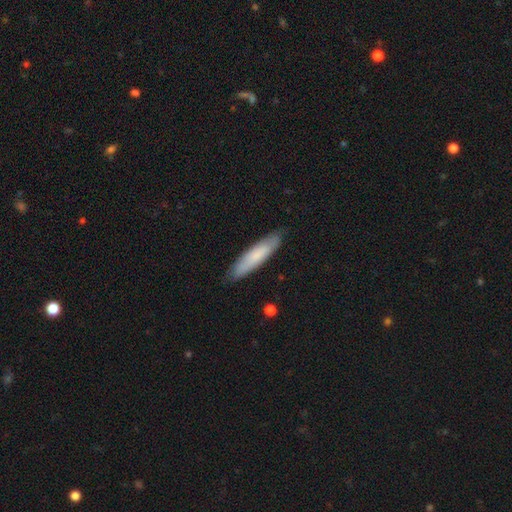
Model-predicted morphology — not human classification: This is likely a smooth galaxy (72%). How rounded: likely cigar-shaped (77%). Merging: clearly none (86%).